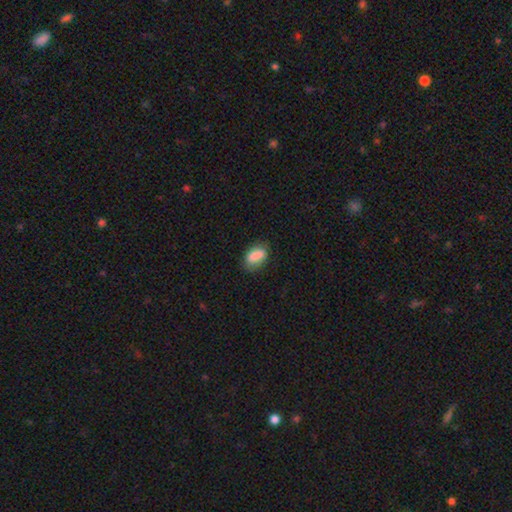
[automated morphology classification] Overall: smooth (84%). How rounded: in between (89%). Merging: none (71%).